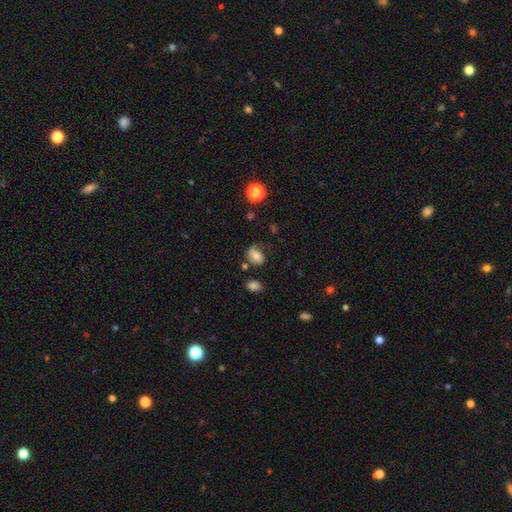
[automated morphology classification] Smooth or featured?
  - smooth: 57% *
  - featured or disk: 33%
  - star or artifact: 10%
How rounded?
  - in between: 68% *
  - round: 30%
  - cigar-shaped: 1%
Merging?
  - none: 50% *
  - minor disturbance: 26%
  - major disturbance: 18%
  - merger: 6%